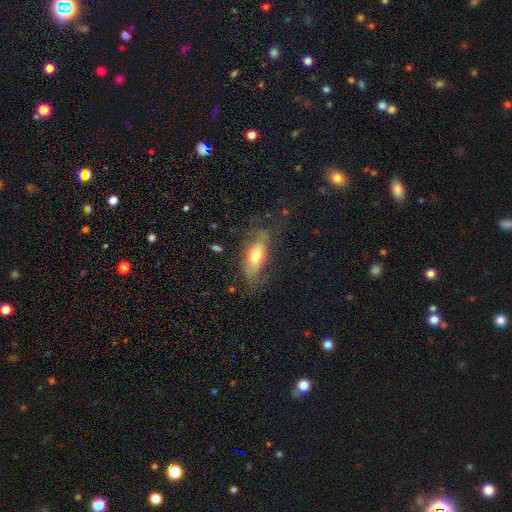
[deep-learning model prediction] Smooth or featured? smooth (54%)
How rounded? in between (75%)
Merging? none (61%)